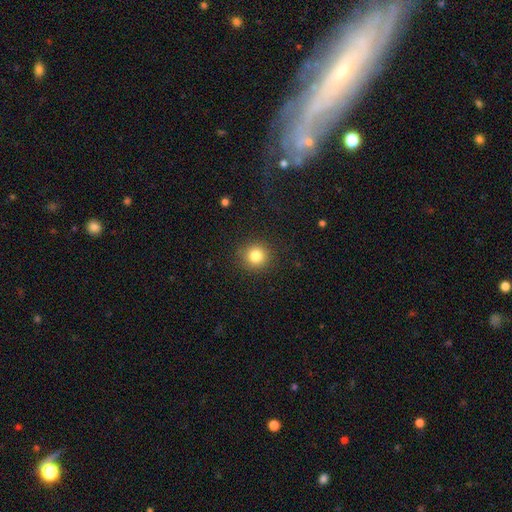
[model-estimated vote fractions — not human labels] smooth_or_featured: smooth (p=0.82) [alt: star or artifact p=0.11]
how_rounded: round (p=0.93) [alt: in between p=0.06]
merging: none (p=0.90) [alt: minor disturbance p=0.06]